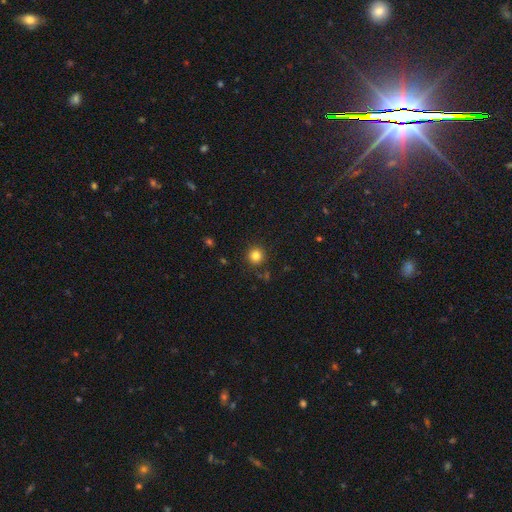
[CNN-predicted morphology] smooth 82%, star or artifact 13%, featured or disk 5%. Down the decision tree: how rounded — round (95%); merging — none (90%).